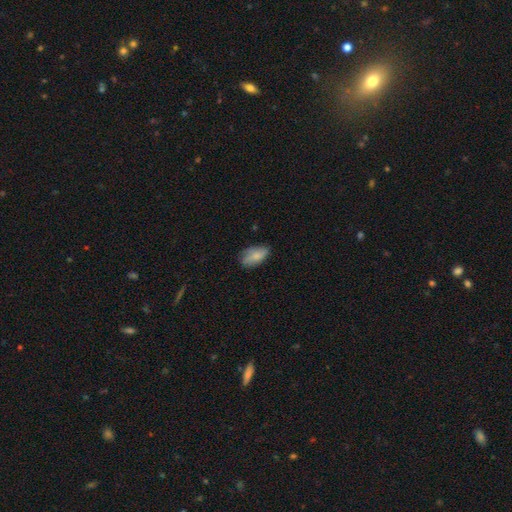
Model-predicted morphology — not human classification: A smooth galaxy with no disk features (79%) that is in between round and cigar-shaped (92%).

Vote fractions:
- Smooth or featured? smooth: 79% / featured or disk: 14% / star or artifact: 7%
- How rounded? in between: 92% / round: 4% / cigar-shaped: 4%
- Merging? none: 68% / minor disturbance: 26% / major disturbance: 5% / merger: 1%